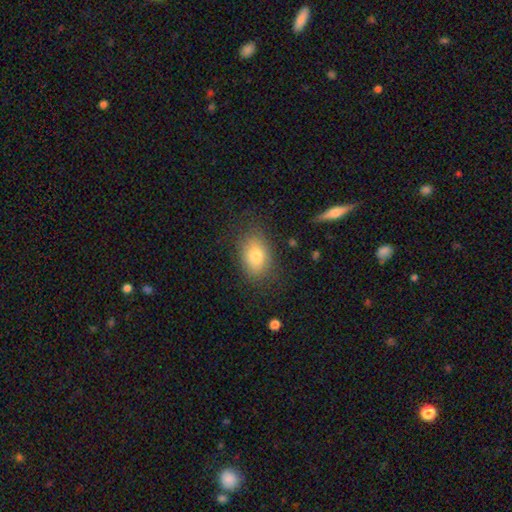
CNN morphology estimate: smooth_or_featured: smooth (p=0.77) [alt: featured or disk p=0.14]
how_rounded: in between (p=0.80) [alt: round p=0.19]
merging: none (p=0.76) [alt: minor disturbance p=0.16]